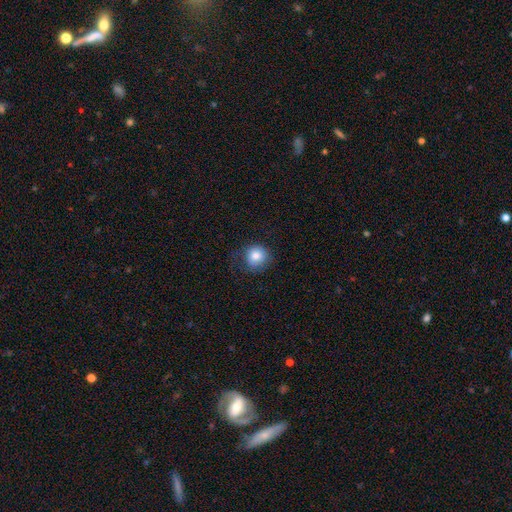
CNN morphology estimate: Smooth or featured?
  - smooth: 82% *
  - star or artifact: 9%
  - featured or disk: 9%
How rounded?
  - round: 88% *
  - in between: 11%
  - cigar-shaped: 1%
Merging?
  - none: 68% *
  - minor disturbance: 21%
  - major disturbance: 10%
  - merger: 1%